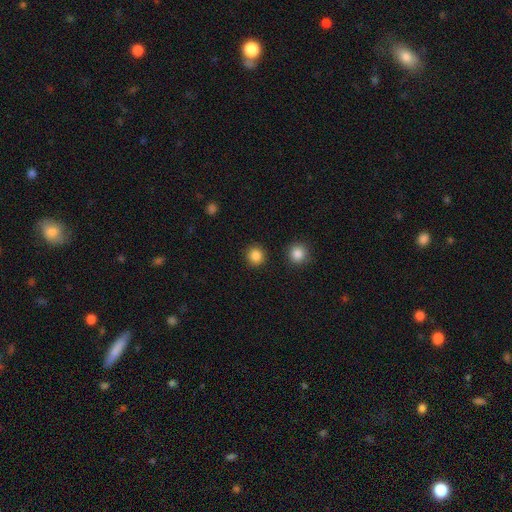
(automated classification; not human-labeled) Smooth or featured?
  - smooth: 86% *
  - star or artifact: 11%
  - featured or disk: 3%
How rounded?
  - round: 93% *
  - in between: 6%
  - cigar-shaped: 1%
Merging?
  - none: 90% *
  - minor disturbance: 5%
  - merger: 2%
  - major disturbance: 2%